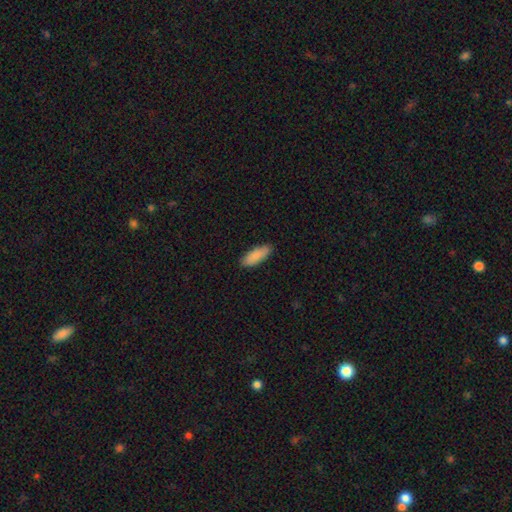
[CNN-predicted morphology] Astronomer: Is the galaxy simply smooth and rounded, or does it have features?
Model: smooth — 87%.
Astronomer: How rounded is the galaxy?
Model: in between — 69%.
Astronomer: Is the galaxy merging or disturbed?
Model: none — 88%.